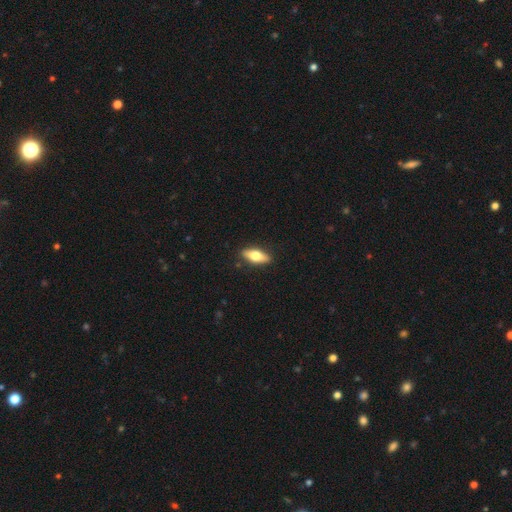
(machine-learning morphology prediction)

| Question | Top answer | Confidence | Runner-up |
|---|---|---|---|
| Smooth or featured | smooth | 59% | featured or disk (35%) |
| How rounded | in between | 68% | cigar-shaped (29%) |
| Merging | none | 88% | minor disturbance (9%) |